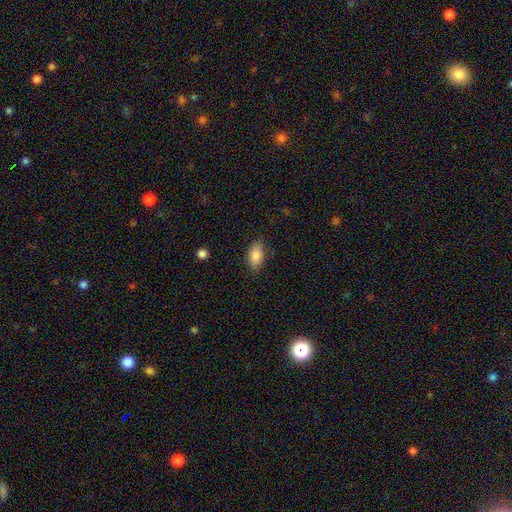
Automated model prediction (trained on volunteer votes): smooth-or-featured: smooth: 84% | featured or disk: 8% | star or artifact: 7%
  how-rounded: in between: 91% | cigar-shaped: 5% | round: 4%
  merging: none: 82% | minor disturbance: 13% | major disturbance: 3% | merger: 1%